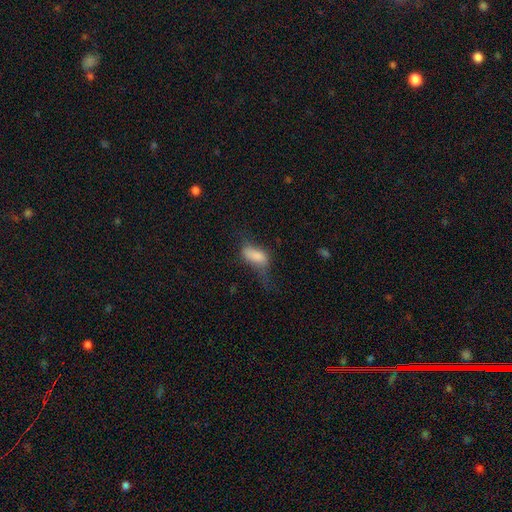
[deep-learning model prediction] A smooth galaxy with no disk features (74%) that is in between round and cigar-shaped (87%). Merging: major disturbance (43%).